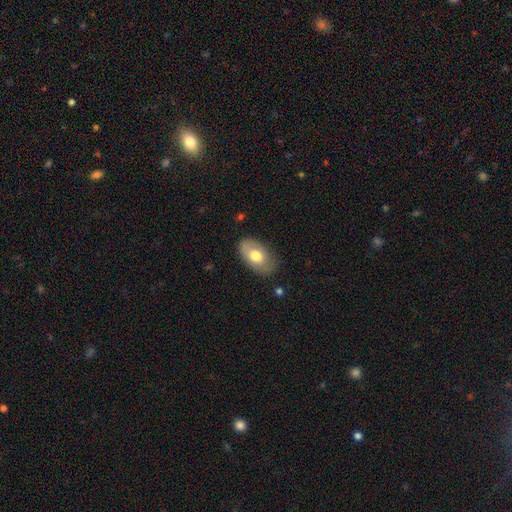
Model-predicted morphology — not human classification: Smooth or featured: smooth — 67% (featured or disk — 27%)
How rounded: in between — 92% (round — 7%)
Merging: none — 77% (minor disturbance — 17%)